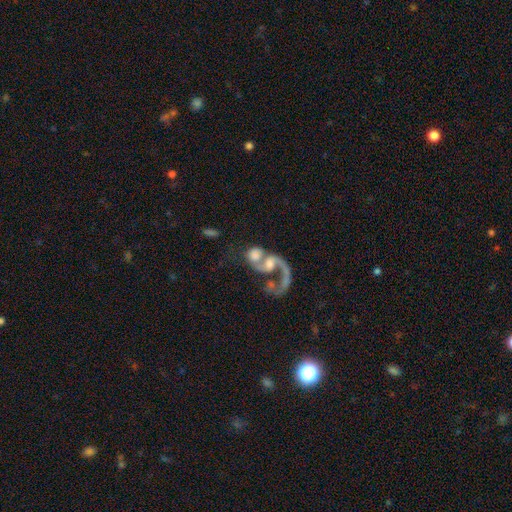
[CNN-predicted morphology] Smooth or featured? featured or disk (71%)
Edge-on disk? no (97%)
Bar? no (67%)
Spiral arms? yes (78%)
Spiral winding? loose (71%)
Spiral arm count? 1 (67%)
Bulge size? moderate (45%)
Merging? merger (60%)